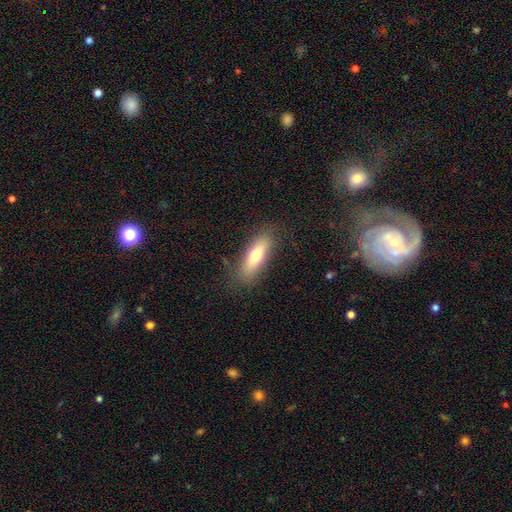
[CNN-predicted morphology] smooth_or_featured: smooth (p=0.66) [alt: featured or disk p=0.27]
how_rounded: in between (p=0.52) [alt: cigar-shaped p=0.45]
merging: none (p=0.83) [alt: minor disturbance p=0.12]